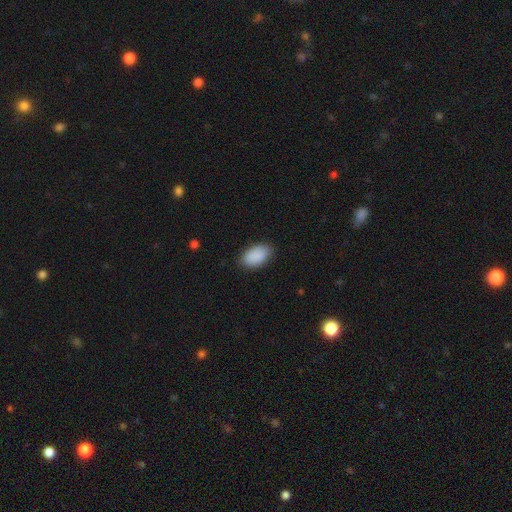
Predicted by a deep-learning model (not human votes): Overall: smooth (90%). How rounded: in between (94%). Merging: none (85%).